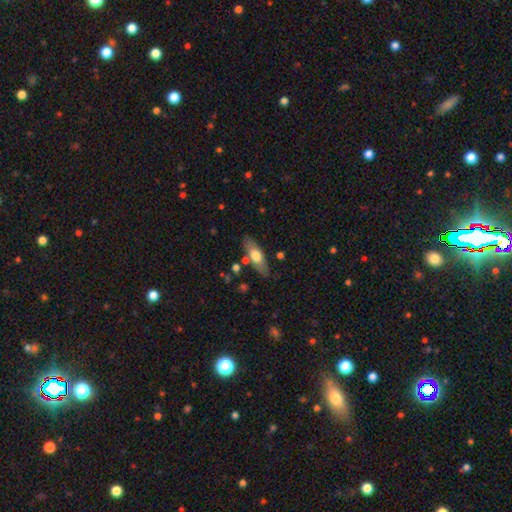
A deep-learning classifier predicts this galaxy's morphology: A smooth galaxy with no disk features (61%) that is in between round and cigar-shaped (61%). Merging: none (77%).